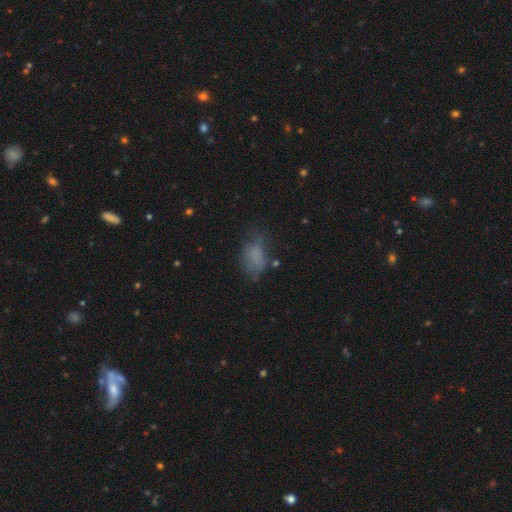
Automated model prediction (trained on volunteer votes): A smooth galaxy with no disk features (69%) that is in between round and cigar-shaped (85%). Merging: none (47%).